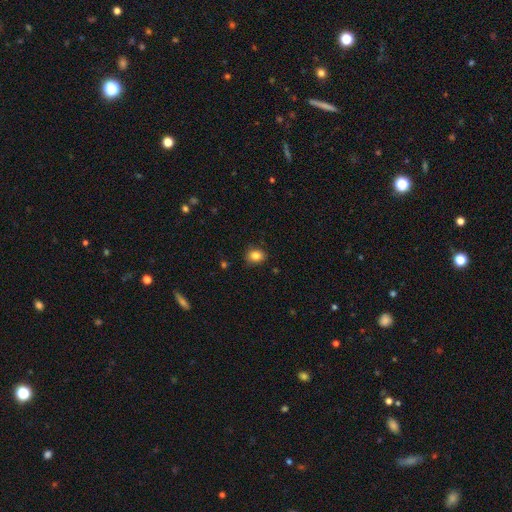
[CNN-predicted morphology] A smooth galaxy with no disk features (84%) that is round (54%). Merging: none (84%).